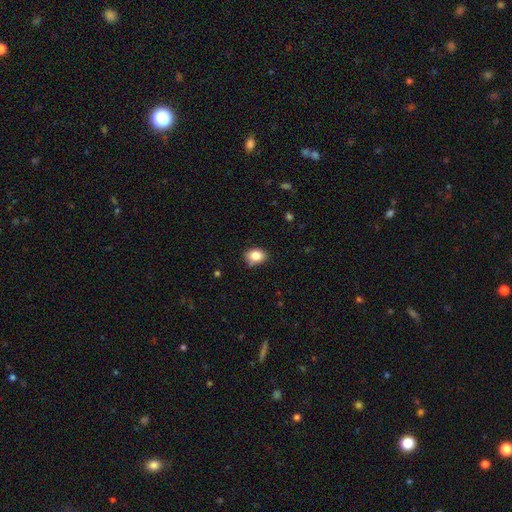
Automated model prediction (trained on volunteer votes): smooth_or_featured: smooth (p=0.85) [alt: star or artifact p=0.09]
how_rounded: in between (p=0.61) [alt: round p=0.38]
merging: none (p=0.75) [alt: minor disturbance p=0.20]